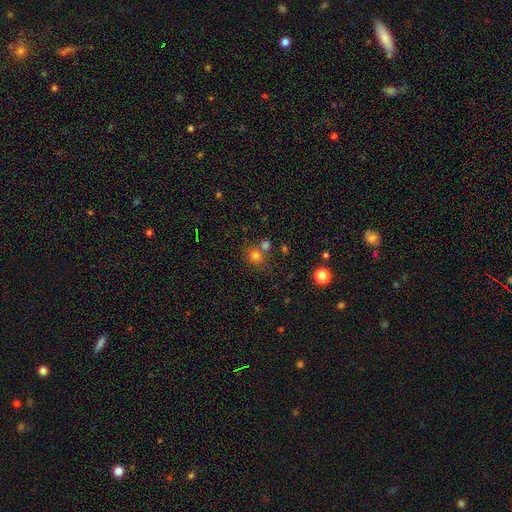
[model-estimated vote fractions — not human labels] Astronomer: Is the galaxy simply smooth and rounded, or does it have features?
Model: smooth — 75%.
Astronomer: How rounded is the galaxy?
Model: round — 80%.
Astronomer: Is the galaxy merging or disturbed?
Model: none — 61%.